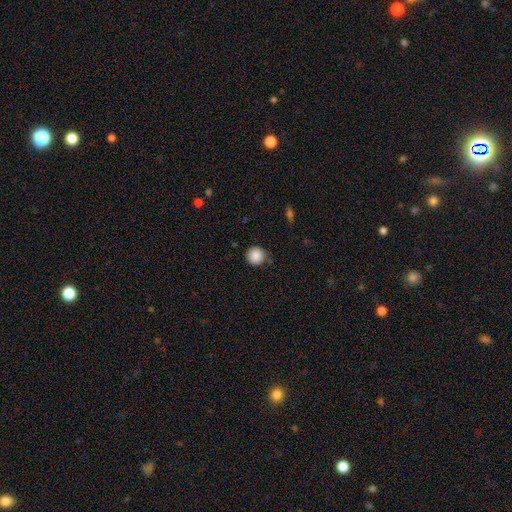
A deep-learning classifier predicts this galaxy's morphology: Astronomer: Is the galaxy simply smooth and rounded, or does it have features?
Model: smooth — 87%.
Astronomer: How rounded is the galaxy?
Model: round — 93%.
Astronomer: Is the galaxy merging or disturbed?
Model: none — 82%.